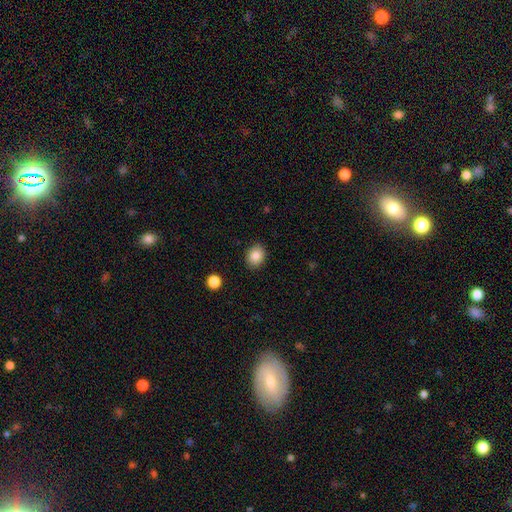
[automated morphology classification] Smooth or featured: smooth — 86% (star or artifact — 9%)
How rounded: round — 52% (in between — 47%)
Merging: none — 89% (minor disturbance — 8%)